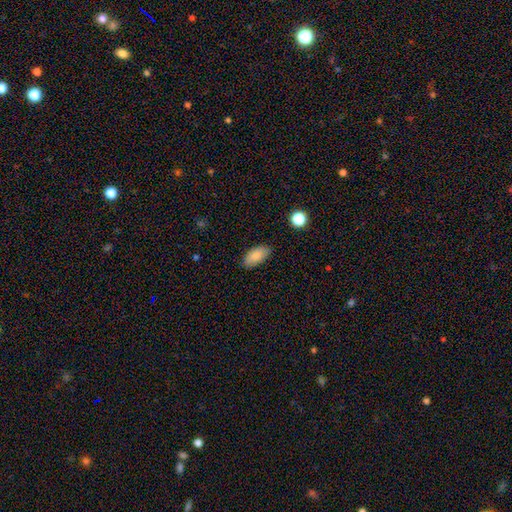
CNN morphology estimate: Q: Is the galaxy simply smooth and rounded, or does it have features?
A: smooth — 85%.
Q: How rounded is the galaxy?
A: in between — 93%.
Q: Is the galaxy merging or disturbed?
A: none — 83%.